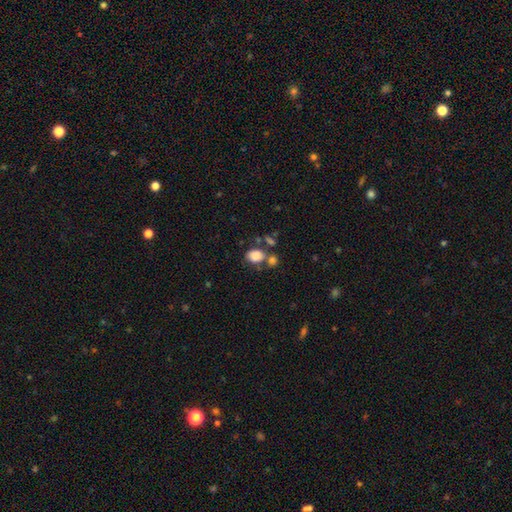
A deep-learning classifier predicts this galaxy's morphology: Smooth or featured?
  - smooth: 83% *
  - star or artifact: 10%
  - featured or disk: 7%
How rounded?
  - in between: 70% *
  - round: 29%
  - cigar-shaped: 1%
Merging?
  - none: 49% *
  - merger: 30%
  - minor disturbance: 14%
  - major disturbance: 7%